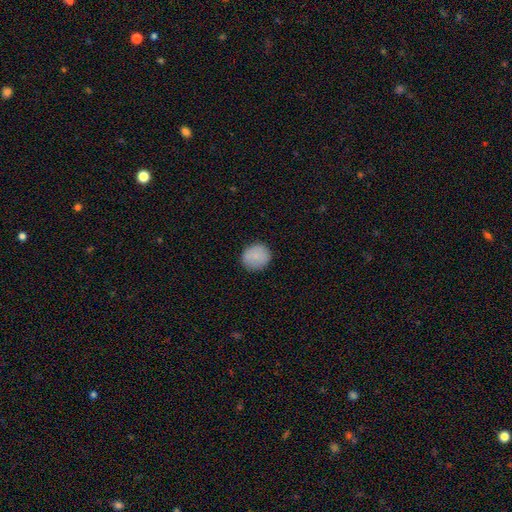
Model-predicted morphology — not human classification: smooth 85%, star or artifact 8%, featured or disk 7%. Down the decision tree: how rounded — round (87%); merging — none (86%).